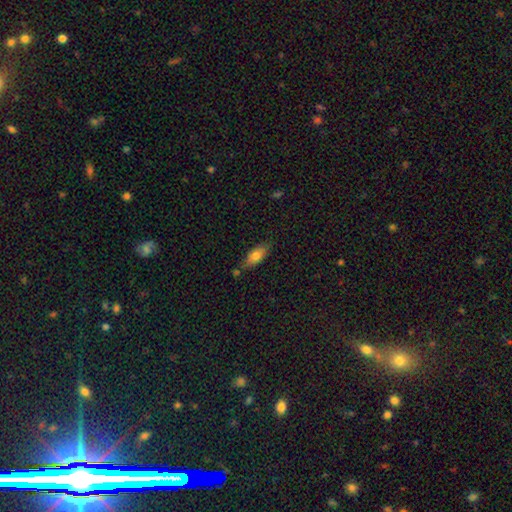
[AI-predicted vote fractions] Smooth or featured? smooth (73%)
How rounded? in between (75%)
Merging? none (71%)